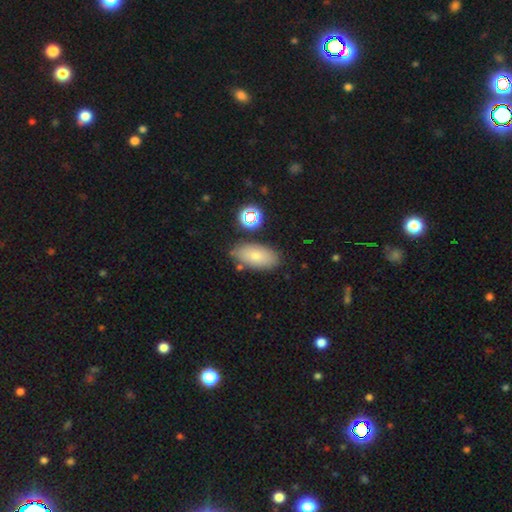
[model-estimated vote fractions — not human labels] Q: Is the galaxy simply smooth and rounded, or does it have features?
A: smooth — 77%.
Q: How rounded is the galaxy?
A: in between — 91%.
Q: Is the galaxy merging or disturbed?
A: none — 78%.